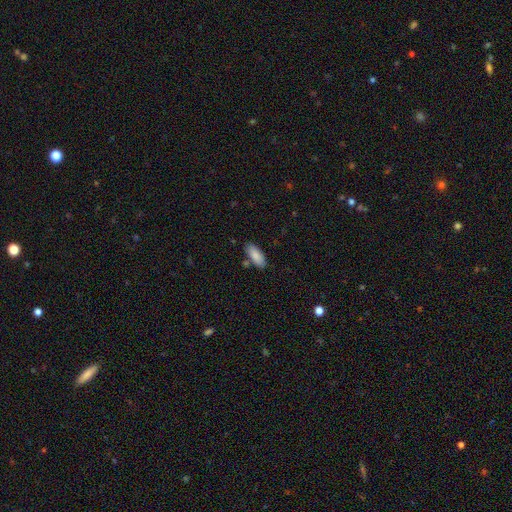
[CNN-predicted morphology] The model was most divided on "how rounded": in between: 80%, cigar-shaped: 18%, round: 2%. More confident: smooth or featured — smooth (88%); merging — none (79%).